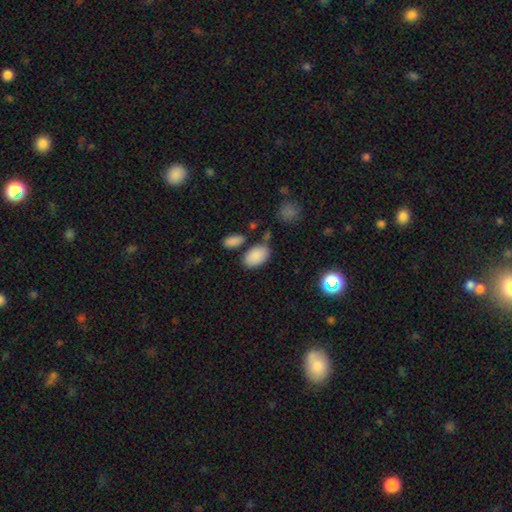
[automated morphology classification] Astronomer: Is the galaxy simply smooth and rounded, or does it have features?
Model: smooth — 88%.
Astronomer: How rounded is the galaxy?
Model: in between — 93%.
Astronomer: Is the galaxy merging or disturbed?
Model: none — 74%.